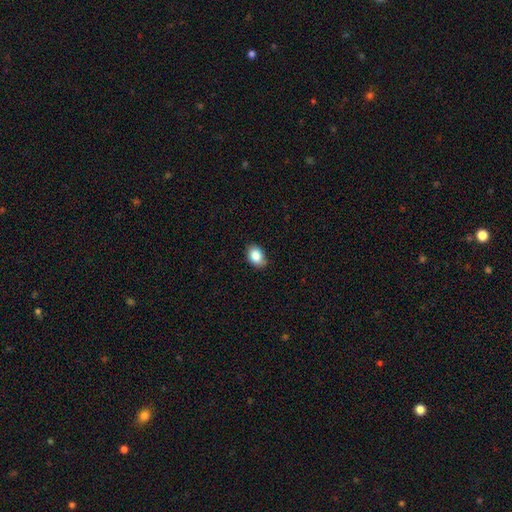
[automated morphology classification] This appears to be a smooth galaxy with no disk features (86%) that is in between round and cigar-shaped (78%). Merging: none (83%).